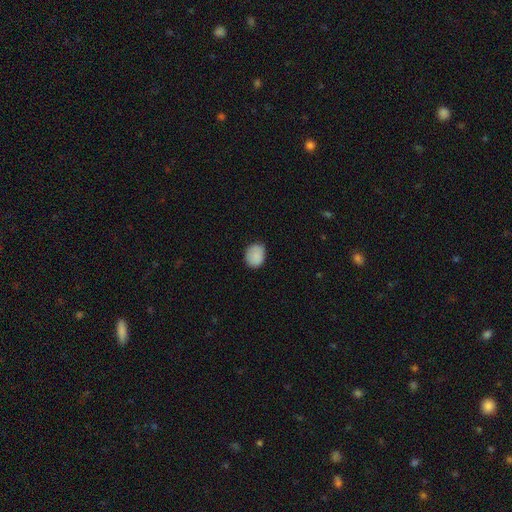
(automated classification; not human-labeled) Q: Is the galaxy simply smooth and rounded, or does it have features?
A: smooth — 87%.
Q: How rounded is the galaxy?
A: round — 58%.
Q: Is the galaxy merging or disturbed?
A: none — 77%.